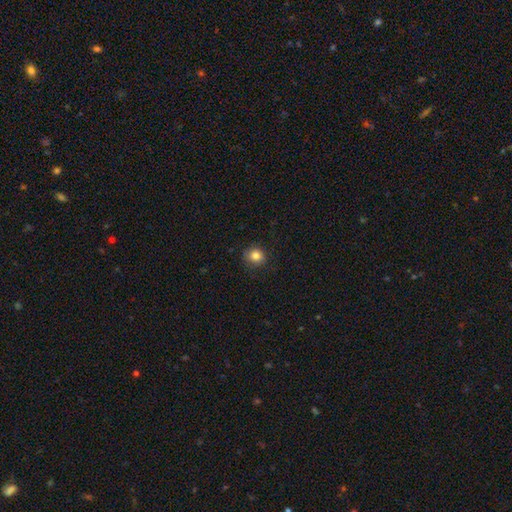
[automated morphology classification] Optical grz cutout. It shows a smooth galaxy with no disk features (84%) that is round (88%). Merging: none (84%).